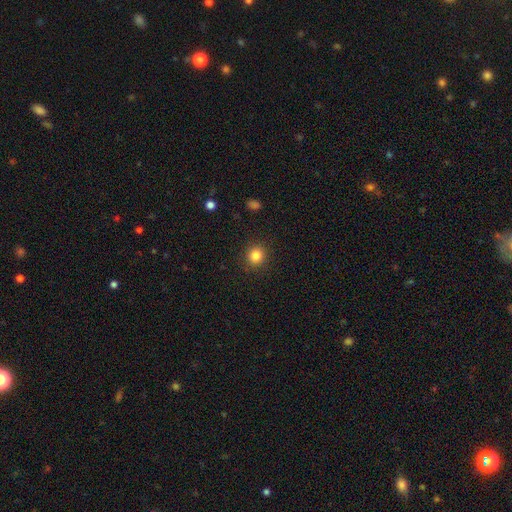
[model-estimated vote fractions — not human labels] A smooth galaxy with no disk features (84%) that is round (87%).

Vote fractions:
- Smooth or featured? smooth: 84% / star or artifact: 11% / featured or disk: 5%
- How rounded? round: 87% / in between: 12% / cigar-shaped: 1%
- Merging? none: 90% / minor disturbance: 6% / major disturbance: 2% / merger: 1%